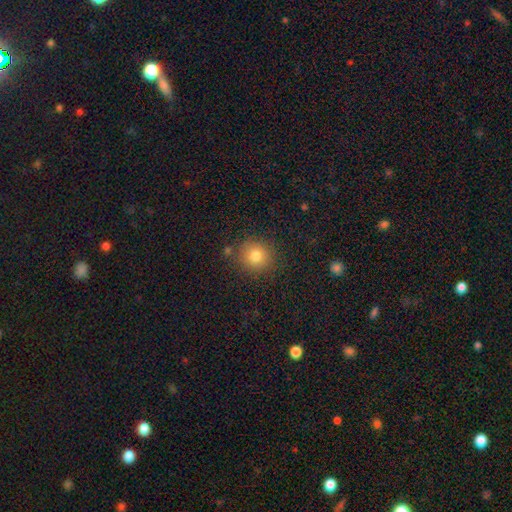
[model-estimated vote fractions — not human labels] smooth-or-featured: smooth: 81% | star or artifact: 13% | featured or disk: 7%
  how-rounded: round: 90% | in between: 9% | cigar-shaped: 1%
  merging: none: 85% | minor disturbance: 9% | merger: 3% | major disturbance: 3%